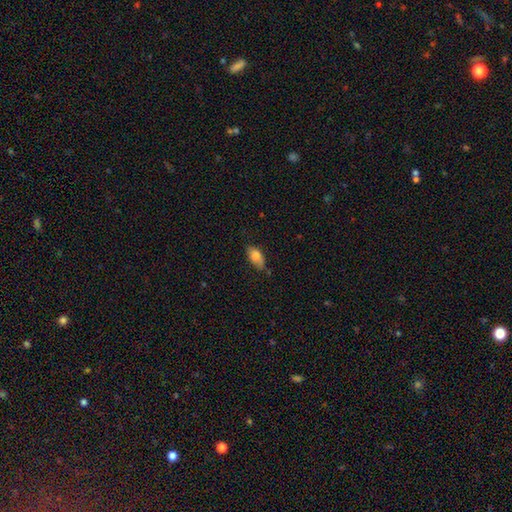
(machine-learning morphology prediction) smooth_or_featured: smooth (p=0.80) [alt: featured or disk p=0.13]
how_rounded: in between (p=0.88) [alt: cigar-shaped p=0.07]
merging: none (p=0.63) [alt: minor disturbance p=0.29]